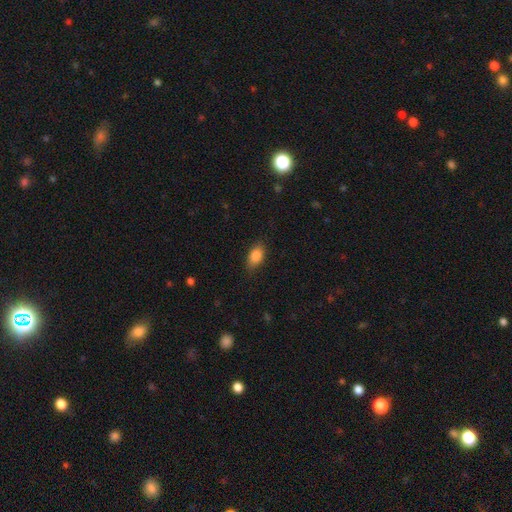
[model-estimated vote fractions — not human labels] smooth_or_featured: smooth (p=0.85) [alt: star or artifact p=0.08]
how_rounded: in between (p=0.88) [alt: round p=0.07]
merging: none (p=0.81) [alt: minor disturbance p=0.15]